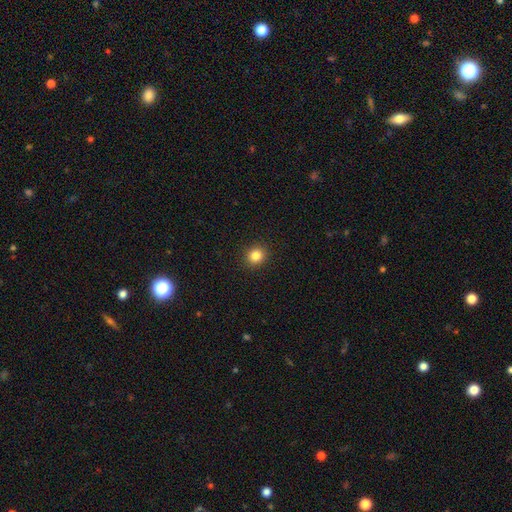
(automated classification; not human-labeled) Smooth or featured: smooth — 84% (star or artifact — 11%)
How rounded: round — 83% (in between — 17%)
Merging: none — 92% (minor disturbance — 5%)